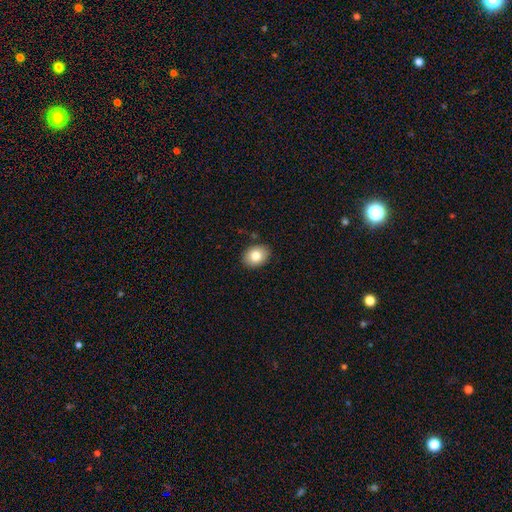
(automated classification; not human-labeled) A smooth galaxy with no disk features (81%) that is in between round and cigar-shaped (66%).

Vote fractions:
- Smooth or featured? smooth: 81% / featured or disk: 11% / star or artifact: 8%
- How rounded? in between: 66% / round: 33% / cigar-shaped: 1%
- Merging? none: 88% / minor disturbance: 9% / major disturbance: 2% / merger: 1%